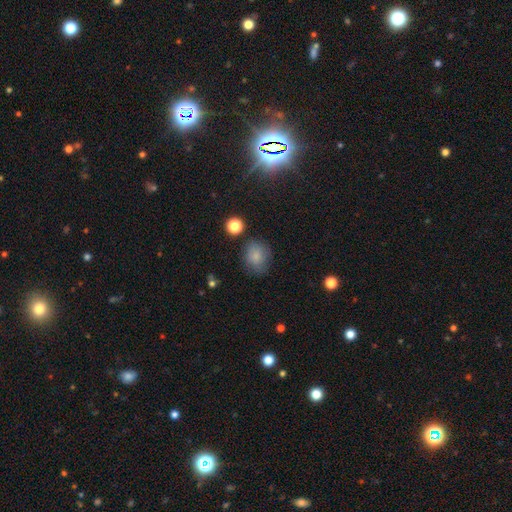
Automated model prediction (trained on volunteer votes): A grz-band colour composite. It shows a smooth galaxy with no disk features (82%) that is round (63%). Merging: none (74%).